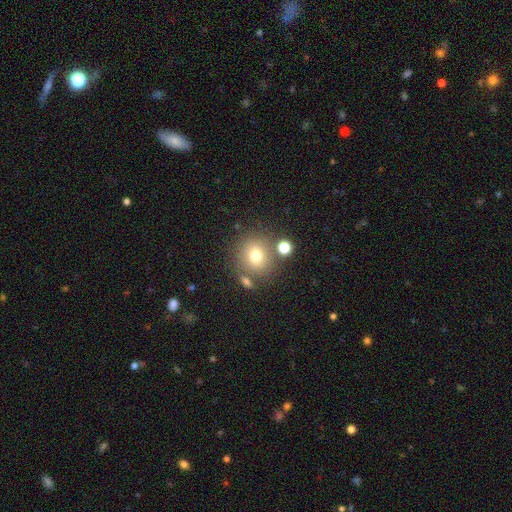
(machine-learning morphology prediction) The model was most divided on "smooth or featured": smooth: 73%, star or artifact: 14%, featured or disk: 13%. More confident: how rounded — round (83%); merging — none (72%).